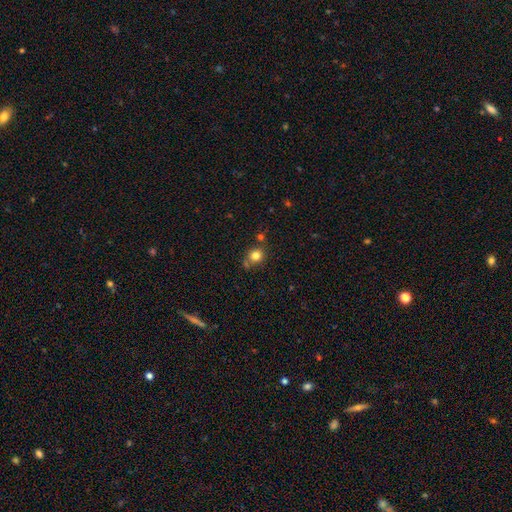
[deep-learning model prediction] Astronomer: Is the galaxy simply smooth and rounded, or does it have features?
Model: smooth — 81%.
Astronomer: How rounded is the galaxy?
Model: round — 82%.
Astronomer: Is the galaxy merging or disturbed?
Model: none — 67%.